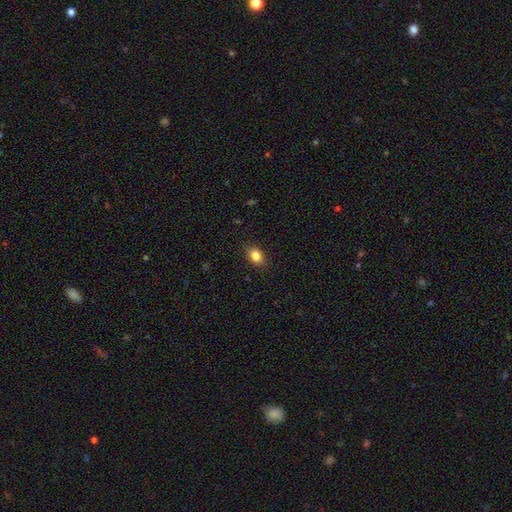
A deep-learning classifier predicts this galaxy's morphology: smooth-or-featured: smooth: 84% | star or artifact: 10% | featured or disk: 6%
  how-rounded: in between: 72% | round: 27% | cigar-shaped: 2%
  merging: none: 87% | minor disturbance: 10% | major disturbance: 2% | merger: 1%